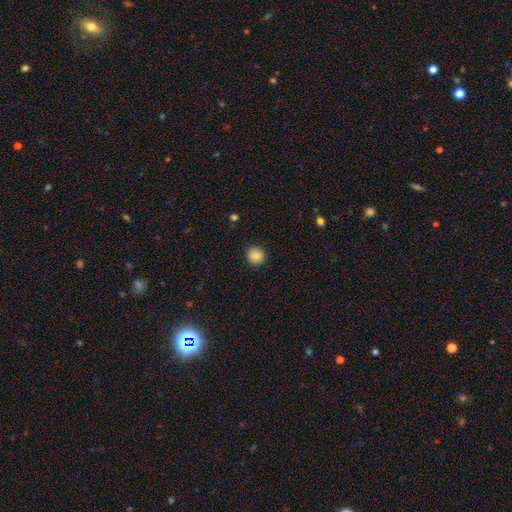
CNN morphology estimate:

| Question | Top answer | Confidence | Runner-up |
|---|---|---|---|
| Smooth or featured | smooth | 85% | star or artifact (9%) |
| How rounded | round | 90% | in between (9%) |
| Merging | none | 91% | minor disturbance (6%) |